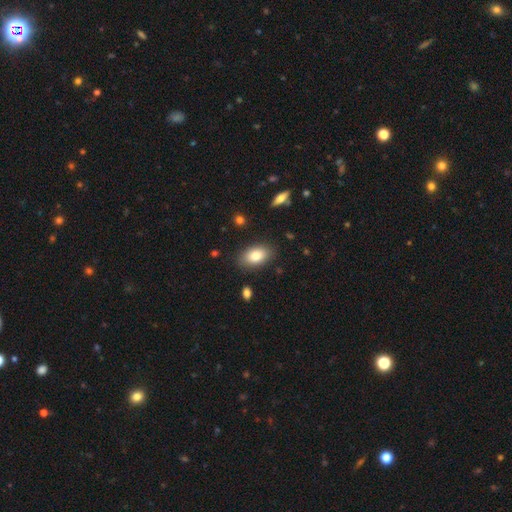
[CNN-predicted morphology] Q: Smooth or featured?
A: smooth (81%); runner-up: featured or disk (11%)
Q: How rounded?
A: in between (91%); runner-up: round (7%)
Q: Merging?
A: none (85%); runner-up: minor disturbance (10%)